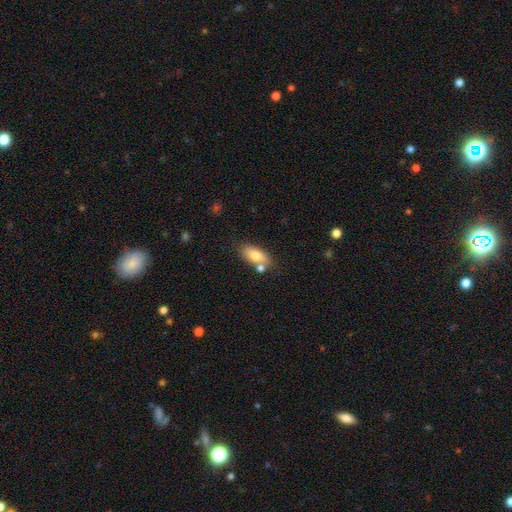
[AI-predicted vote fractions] Smooth or featured? Predicted: smooth (p=0.77). How rounded? Predicted: in between (p=0.83). Merging? Predicted: none (p=0.67).